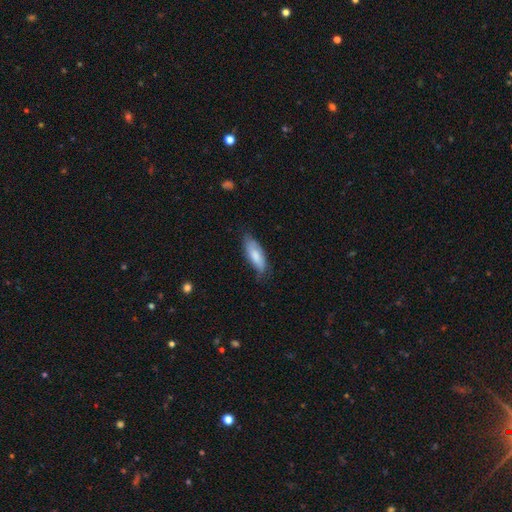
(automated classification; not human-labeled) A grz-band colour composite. It shows a smooth galaxy with no disk features (74%) that is in between round and cigar-shaped (70%). Merging: none (64%).